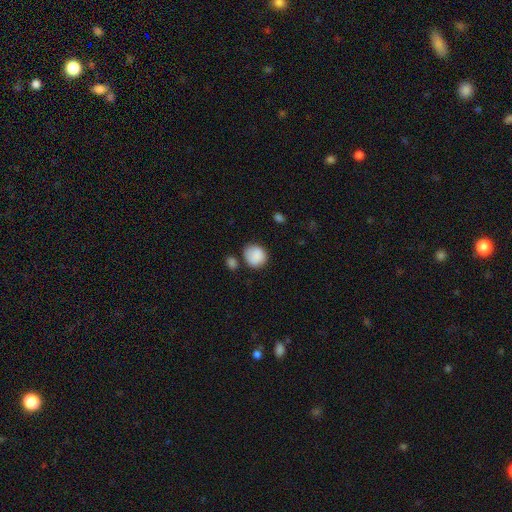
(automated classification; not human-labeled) Overall: smooth (86%). How rounded: round (77%). Merging: none (65%).